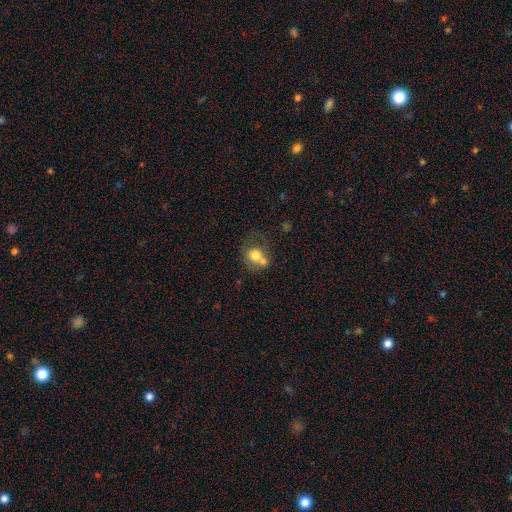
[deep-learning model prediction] A smooth galaxy with no disk features (70%) that is round (71%).

Vote fractions:
- Smooth or featured? smooth: 70% / featured or disk: 21% / star or artifact: 9%
- How rounded? round: 71% / in between: 29% / cigar-shaped: 1%
- Merging? merger: 49% / none: 31% / minor disturbance: 12% / major disturbance: 9%